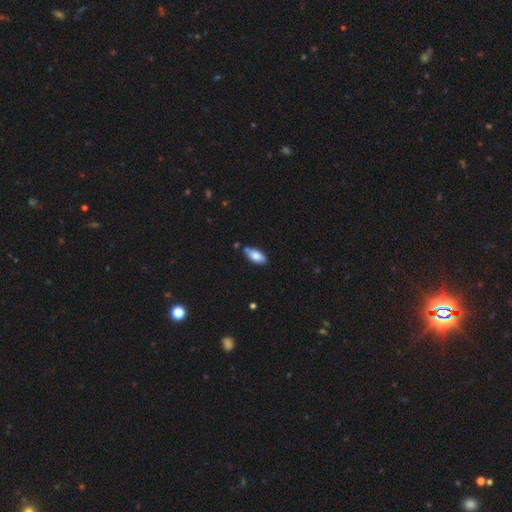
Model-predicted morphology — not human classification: Smooth or featured? smooth (80%)
How rounded? in between (88%)
Merging? none (74%)